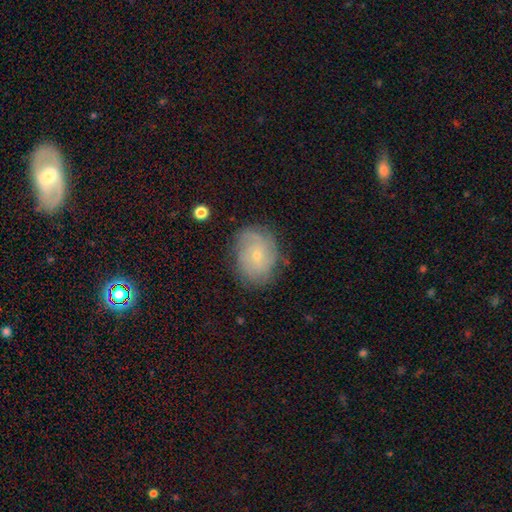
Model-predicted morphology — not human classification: featured or disk 65%, smooth 26%, star or artifact 9%. Down the decision tree: edge-on disk — no (97%); bar — no (75%); spiral arms — yes (89%); spiral arm count — can't tell (43%); spiral winding — tight (60%); bulge size — small (78%); merging — none (77%).